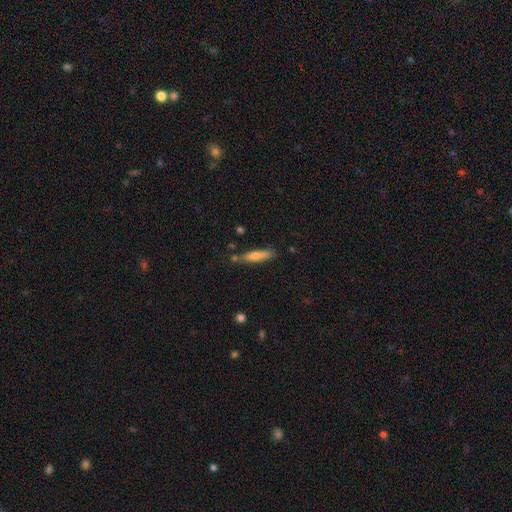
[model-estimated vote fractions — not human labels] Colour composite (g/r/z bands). It shows a smooth galaxy with no disk features (59%) that is cigar-shaped (80%). Merging: none (75%).